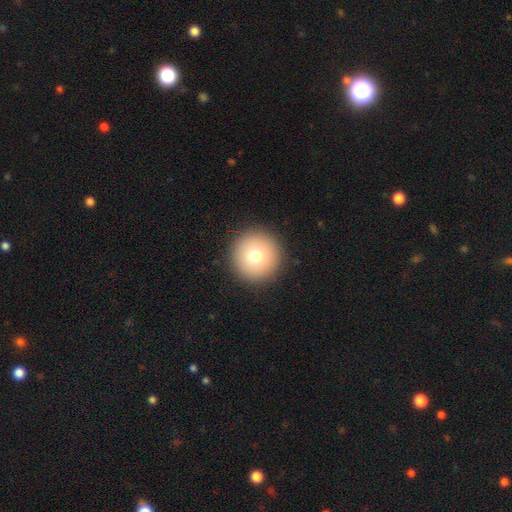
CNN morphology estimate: smooth 74%, featured or disk 14%, star or artifact 12%. Down the decision tree: how rounded — round (97%); merging — none (93%).